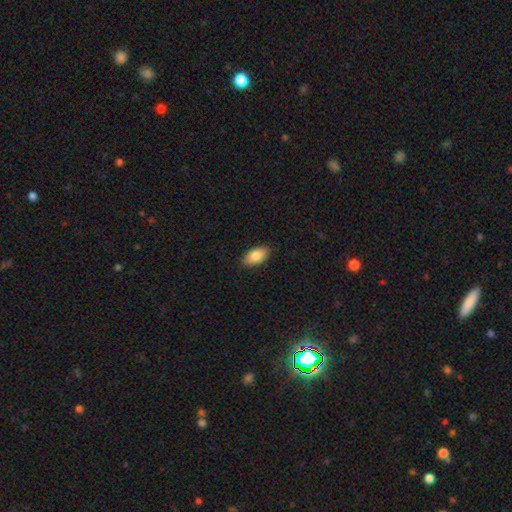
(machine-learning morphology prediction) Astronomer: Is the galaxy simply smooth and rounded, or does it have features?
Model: smooth — 85%.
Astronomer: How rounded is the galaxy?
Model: in between — 93%.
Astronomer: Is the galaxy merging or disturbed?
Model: none — 89%.